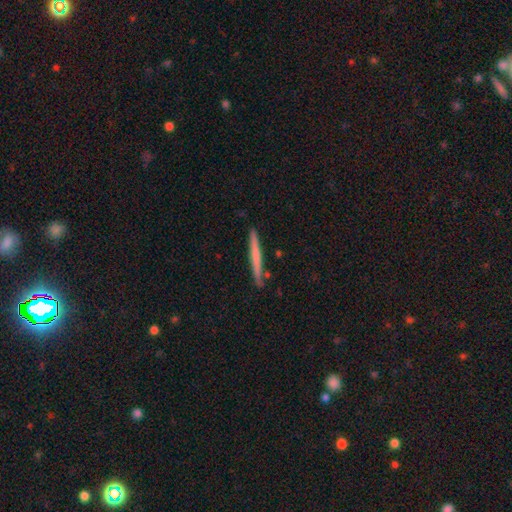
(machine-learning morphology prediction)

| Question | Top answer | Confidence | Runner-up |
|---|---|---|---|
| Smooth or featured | smooth | 53% | featured or disk (42%) |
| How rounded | cigar-shaped | 97% | in between (2%) |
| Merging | none | 87% | minor disturbance (9%) |